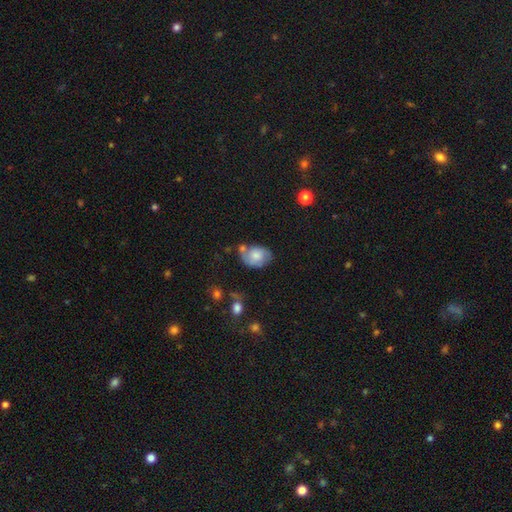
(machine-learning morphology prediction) smooth-or-featured: smooth: 67% | featured or disk: 26% | star or artifact: 8%
  how-rounded: in between: 68% | round: 31% | cigar-shaped: 1%
  merging: none: 43% | minor disturbance: 28% | merger: 18% | major disturbance: 11%